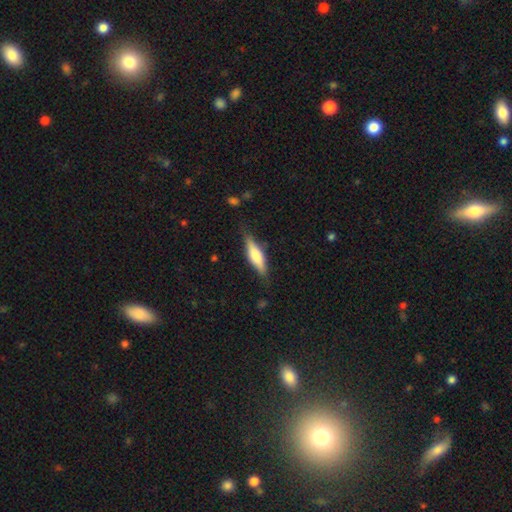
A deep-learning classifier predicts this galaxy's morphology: Smooth or featured?
  - smooth: 62% *
  - featured or disk: 32%
  - star or artifact: 6%
How rounded?
  - cigar-shaped: 59% *
  - in between: 39%
  - round: 2%
Merging?
  - none: 78% *
  - minor disturbance: 17%
  - major disturbance: 4%
  - merger: 2%